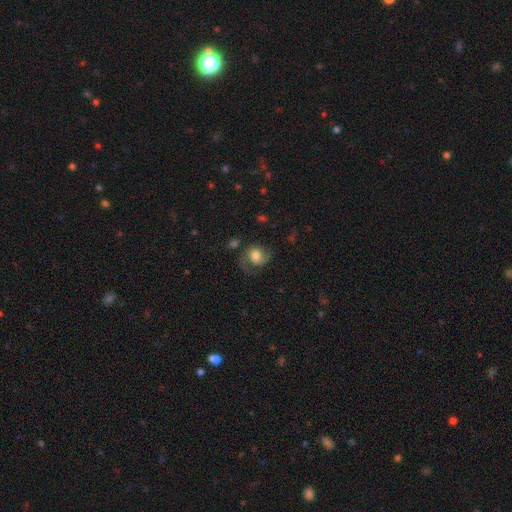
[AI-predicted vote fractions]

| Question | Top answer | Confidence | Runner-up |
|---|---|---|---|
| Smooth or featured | featured or disk | 54% | smooth (37%) |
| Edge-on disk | no | 97% | yes (3%) |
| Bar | no | 67% | weak (28%) |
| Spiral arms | yes | 88% | no (12%) |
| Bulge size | moderate | 58% | large (22%) |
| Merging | none | 51% | major disturbance (25%) |